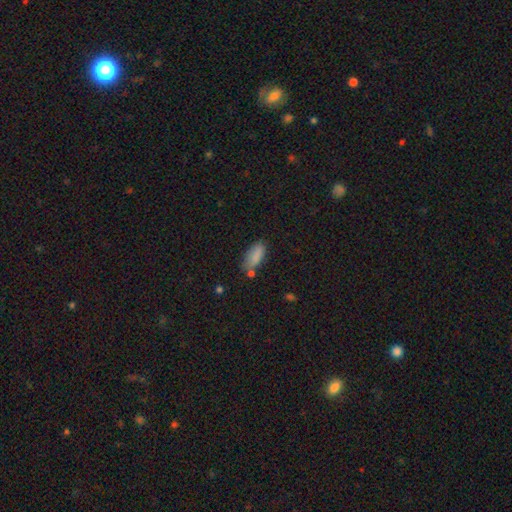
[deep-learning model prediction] This is clearly a smooth galaxy (84%). How rounded: clearly in between (82%). Merging: possibly none (59%).